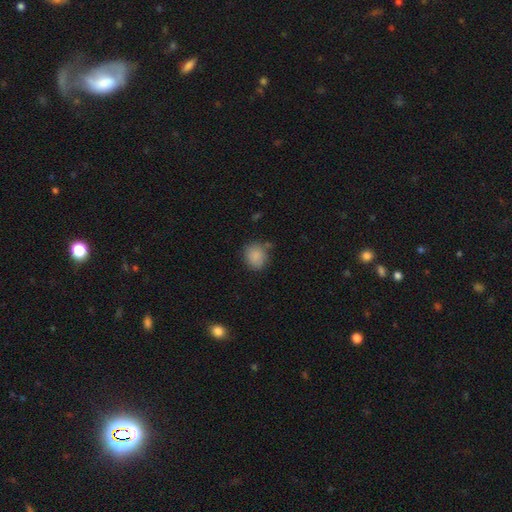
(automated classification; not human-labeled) smooth_or_featured: smooth (p=0.87) [alt: star or artifact p=0.08]
how_rounded: round (p=0.72) [alt: in between p=0.27]
merging: none (p=0.74) [alt: minor disturbance p=0.17]